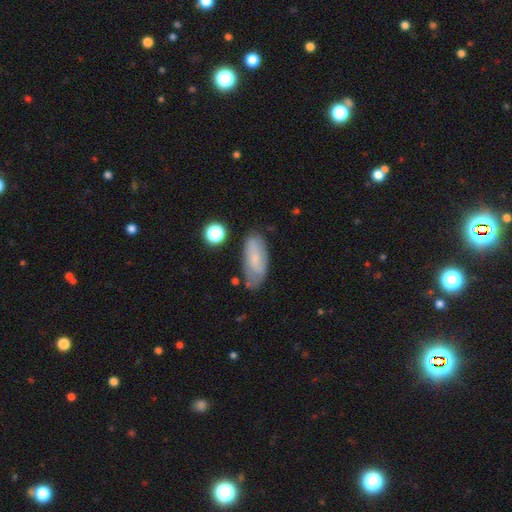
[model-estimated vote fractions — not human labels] This appears to be a smooth galaxy with no disk features (57%) that is in between round and cigar-shaped (79%). Merging: none (70%).